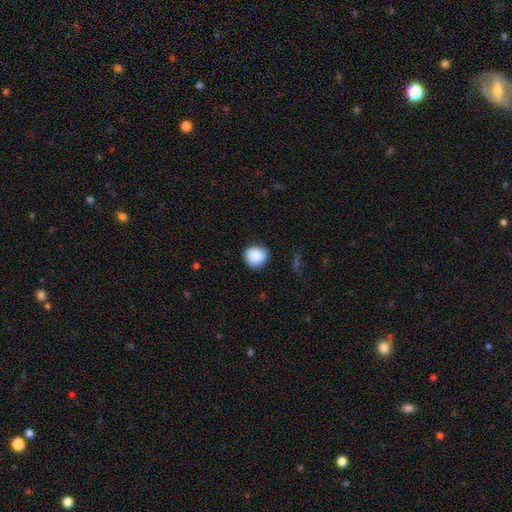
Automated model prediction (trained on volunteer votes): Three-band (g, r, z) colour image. It shows a smooth galaxy with no disk features (86%) that is round (88%). Merging: none (80%).